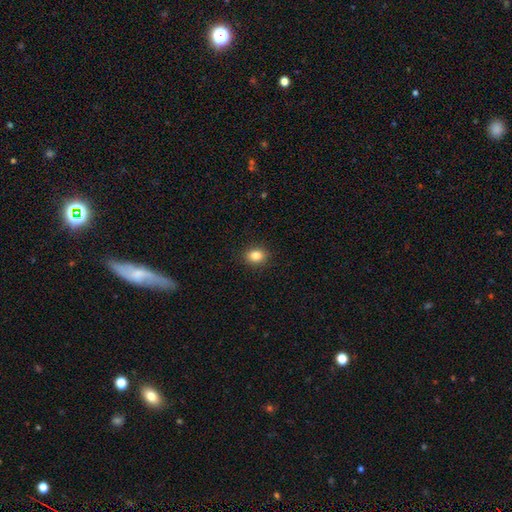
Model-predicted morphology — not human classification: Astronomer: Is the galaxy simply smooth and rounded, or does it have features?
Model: smooth — 84%.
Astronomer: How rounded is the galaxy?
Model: round — 54% (runner-up: in between, 45%).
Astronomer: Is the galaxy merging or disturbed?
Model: none — 91%.